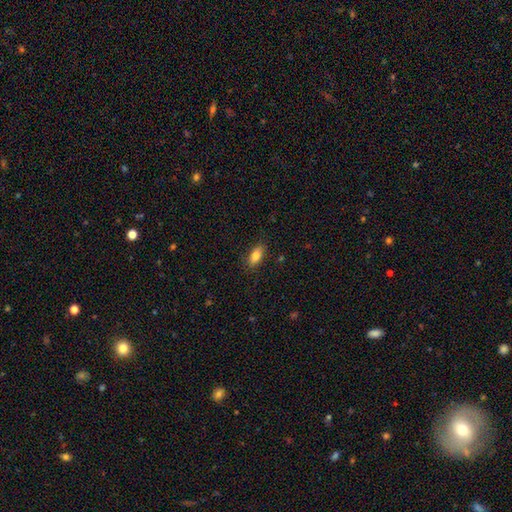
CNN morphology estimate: Overall: smooth (82%). How rounded: in between (85%). Merging: none (85%).